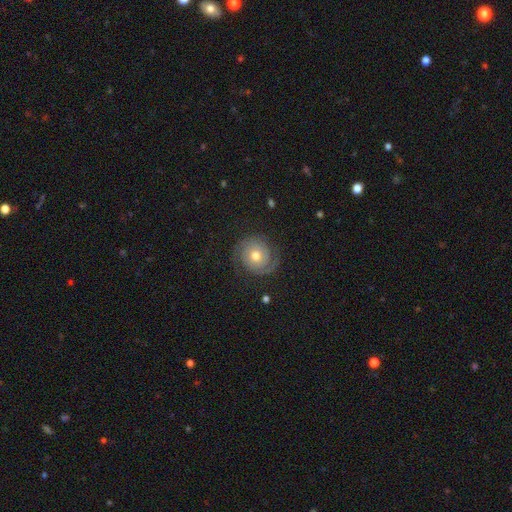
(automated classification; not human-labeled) This appears to be a featured or disk galaxy (79%) with no bar (79%), 2 (86%) tight (60%) spiral arms (95%) and a moderate central bulge (74%). Merging: none (81%).